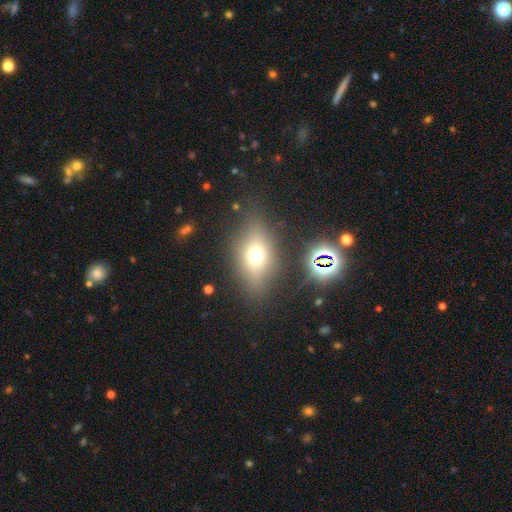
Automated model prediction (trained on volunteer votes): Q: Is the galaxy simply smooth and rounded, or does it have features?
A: smooth — 58%.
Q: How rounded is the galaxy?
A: in between — 70%.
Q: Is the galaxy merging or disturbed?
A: none — 77%.